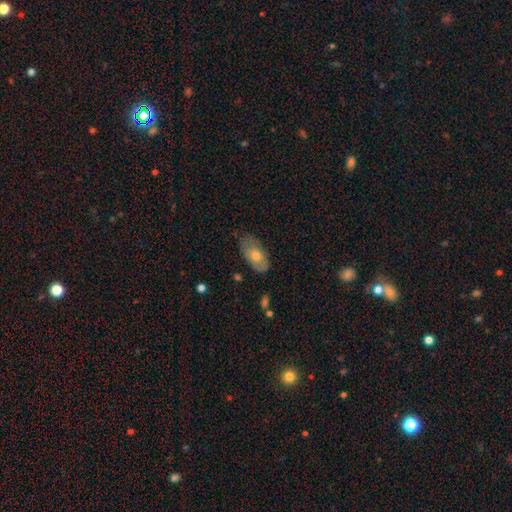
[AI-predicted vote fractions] This is possibly a smooth galaxy (60%). How rounded: clearly in between (92%). Merging: likely none (70%).